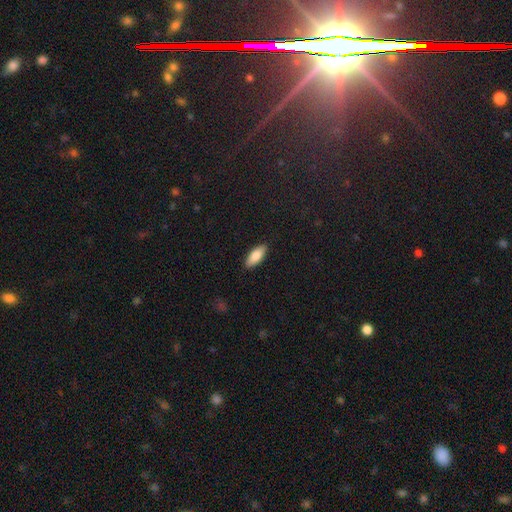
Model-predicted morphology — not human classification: Q: Smooth or featured?
A: smooth (82%); runner-up: featured or disk (12%)
Q: How rounded?
A: in between (76%); runner-up: cigar-shaped (22%)
Q: Merging?
A: none (88%); runner-up: minor disturbance (9%)